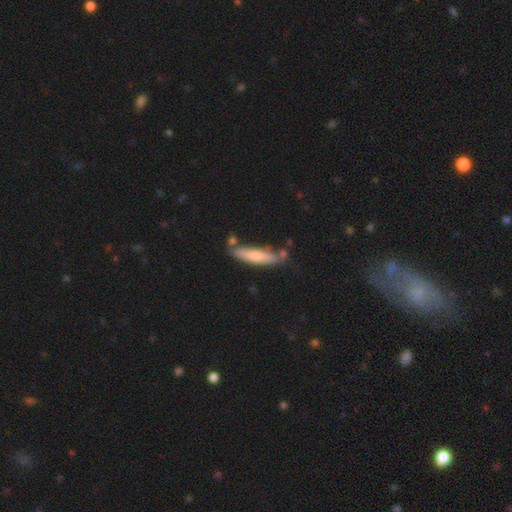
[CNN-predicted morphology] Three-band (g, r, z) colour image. It shows a smooth galaxy with no disk features (69%) that is cigar-shaped (83%). Merging: none (68%).